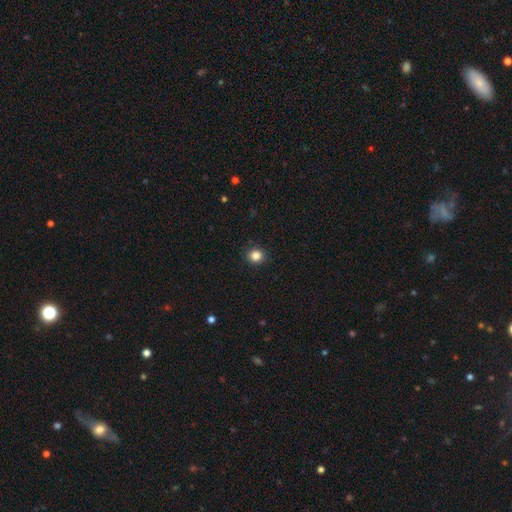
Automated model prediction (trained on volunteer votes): smooth-or-featured: smooth: 84% | star or artifact: 12% | featured or disk: 4%
  how-rounded: round: 89% | in between: 10% | cigar-shaped: 1%
  merging: none: 92% | minor disturbance: 5% | major disturbance: 2% | merger: 1%